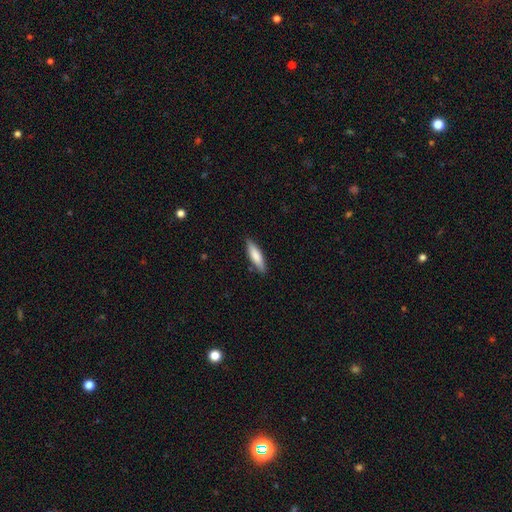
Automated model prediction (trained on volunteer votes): Morphology: type=smooth (78%); roundness=cigar-shaped (66%); merging=none (86%).